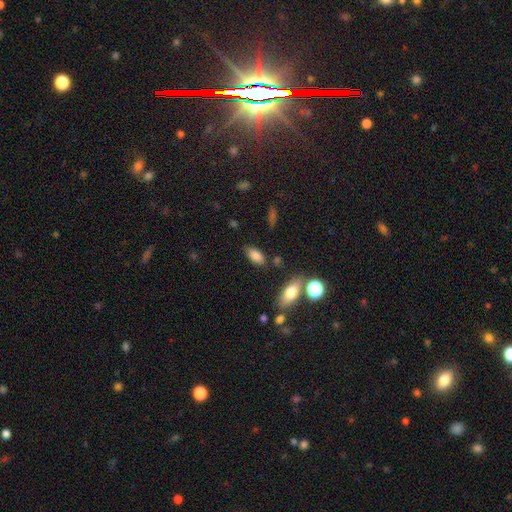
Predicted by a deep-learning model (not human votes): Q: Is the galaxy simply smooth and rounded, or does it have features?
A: smooth — 83%.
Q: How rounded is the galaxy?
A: in between — 90%.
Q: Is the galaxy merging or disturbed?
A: none — 76%.